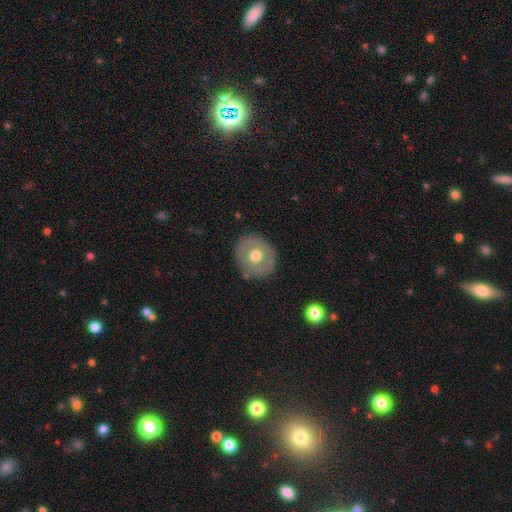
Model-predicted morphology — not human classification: Smooth or featured?
  - smooth: 54% *
  - featured or disk: 39%
  - star or artifact: 7%
How rounded?
  - round: 86% *
  - in between: 13%
  - cigar-shaped: 1%
Merging?
  - none: 84% *
  - minor disturbance: 11%
  - major disturbance: 3%
  - merger: 2%